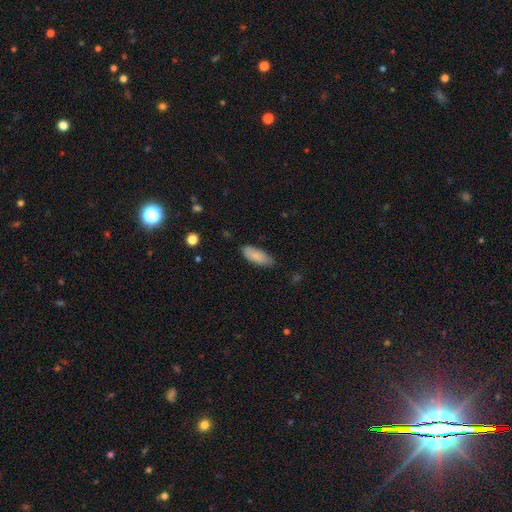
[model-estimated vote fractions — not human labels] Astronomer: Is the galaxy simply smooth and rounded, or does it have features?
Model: smooth — 85%.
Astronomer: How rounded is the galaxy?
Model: in between — 76%.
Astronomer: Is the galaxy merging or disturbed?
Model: none — 74%.